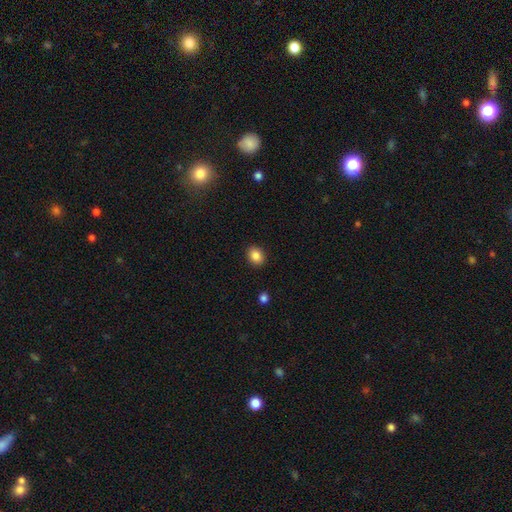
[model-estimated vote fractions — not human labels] This is clearly a smooth galaxy (87%). How rounded: possibly in between (50%). Merging: clearly none (90%).